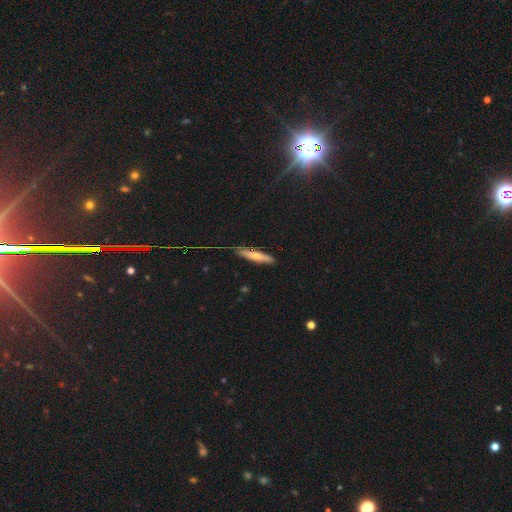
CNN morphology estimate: This appears to be a smooth galaxy with no disk features (63%) that is cigar-shaped (86%). Merging: none (79%).